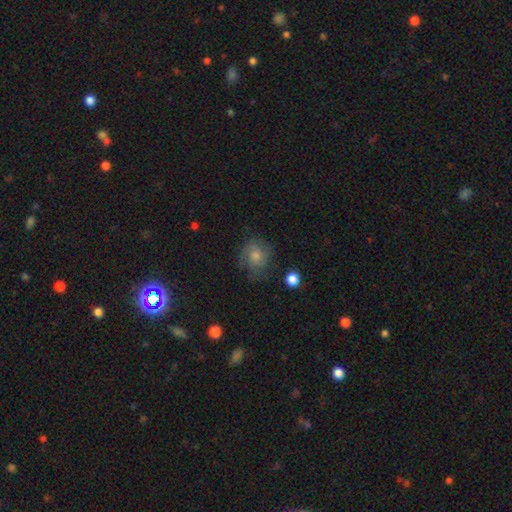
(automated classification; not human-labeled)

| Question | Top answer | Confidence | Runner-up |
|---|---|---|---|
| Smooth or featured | featured or disk | 43% | smooth (38%) |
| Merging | none | 71% | minor disturbance (19%) |